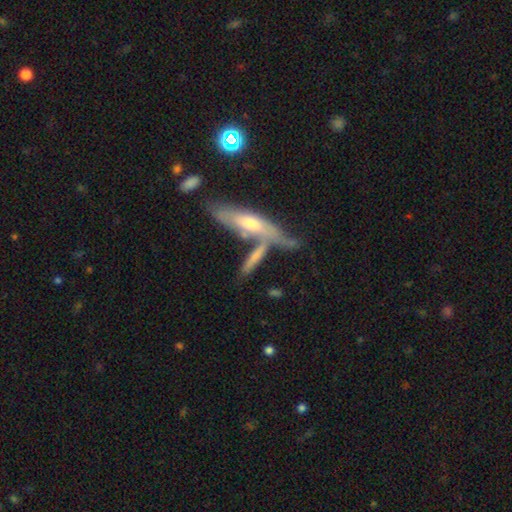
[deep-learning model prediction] Smooth or featured?
  - smooth: 53% *
  - featured or disk: 40%
  - star or artifact: 7%
How rounded?
  - cigar-shaped: 72% *
  - in between: 25%
  - round: 3%
Merging?
  - none: 40% * (tied)
  - merger: 40% * (tied)
  - minor disturbance: 13%
  - major disturbance: 7%